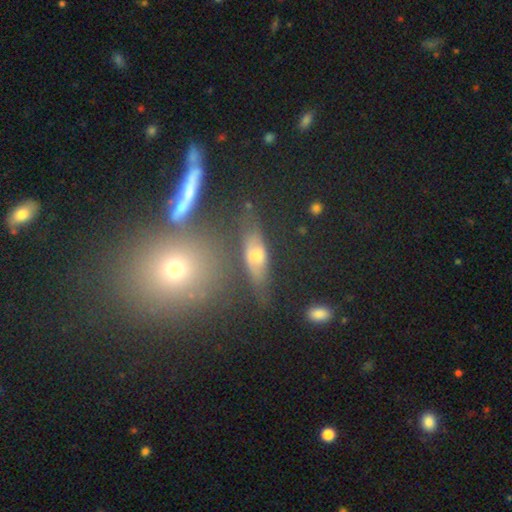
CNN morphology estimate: smooth_or_featured: smooth (p=0.44) [alt: featured or disk p=0.37]
merging: none (p=0.70) [alt: minor disturbance p=0.13]